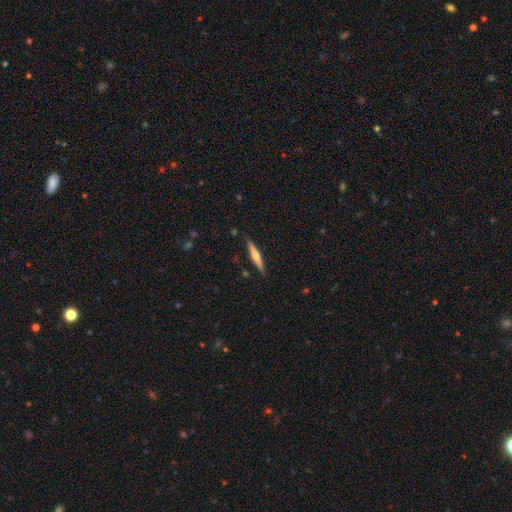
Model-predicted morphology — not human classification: featured or disk 53%, smooth 41%, star or artifact 6%. Down the decision tree: edge-on disk — yes (97%); edge-on bulge — rounded (78%); merging — none (88%).